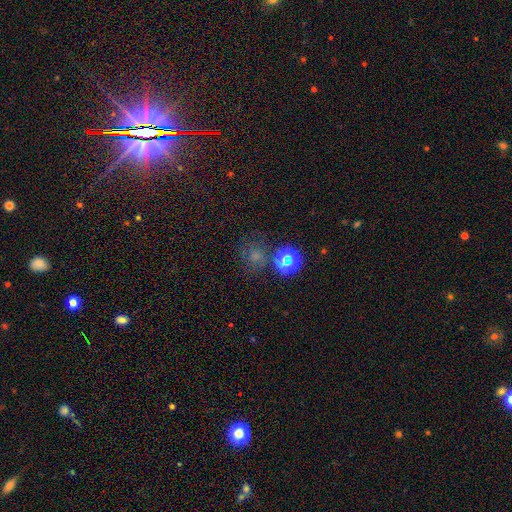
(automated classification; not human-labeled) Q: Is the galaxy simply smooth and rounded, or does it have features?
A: smooth — 55%.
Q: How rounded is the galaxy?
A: round — 81%.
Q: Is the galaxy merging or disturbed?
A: none — 67%.